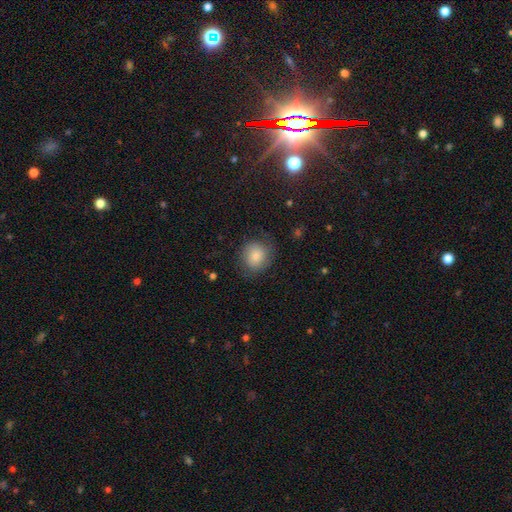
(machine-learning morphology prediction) Smooth or featured? Predicted: smooth (p=0.74). How rounded? Predicted: round (p=0.77). Merging? Predicted: none (p=0.71).